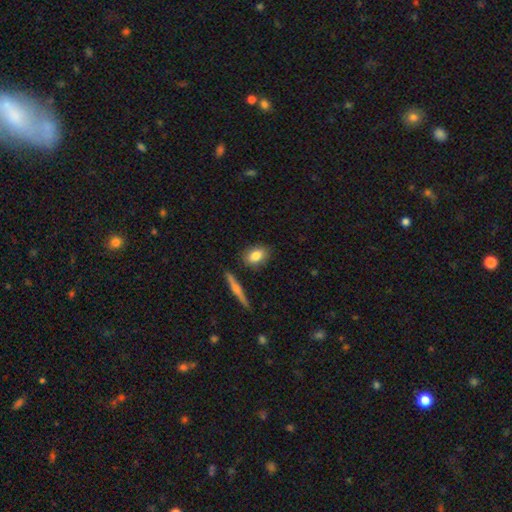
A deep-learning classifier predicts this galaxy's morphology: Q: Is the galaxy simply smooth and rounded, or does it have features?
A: smooth — 80%.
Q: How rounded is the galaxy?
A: in between — 76%.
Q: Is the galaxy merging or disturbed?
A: none — 83%.